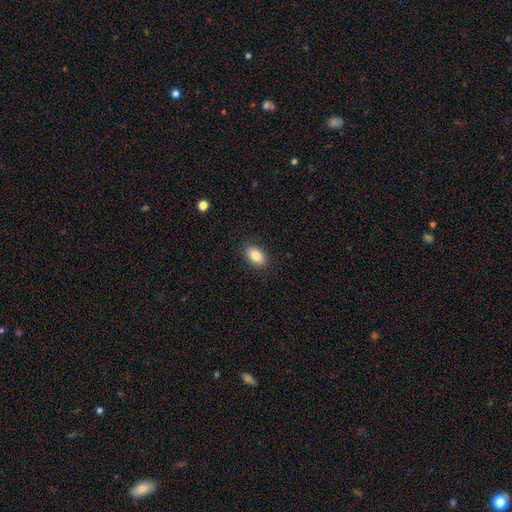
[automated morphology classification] A smooth galaxy with no disk features (86%) that is in between round and cigar-shaped (88%). Merging: none (88%).